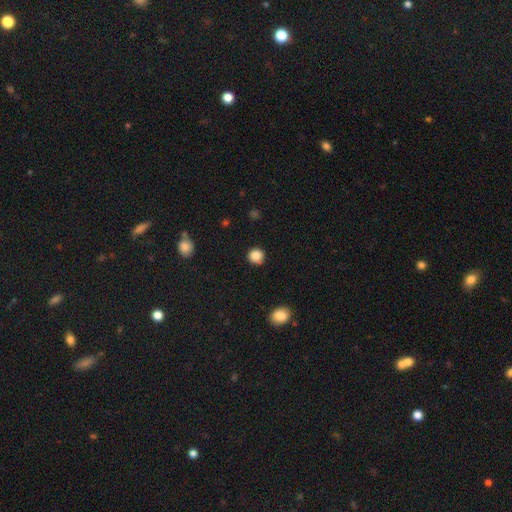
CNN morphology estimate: A smooth galaxy with no disk features (86%) that is round (91%).

Vote fractions:
- Smooth or featured? smooth: 86% / star or artifact: 10% / featured or disk: 3%
- How rounded? round: 91% / in between: 8% / cigar-shaped: 1%
- Merging? none: 86% / minor disturbance: 10% / major disturbance: 2% / merger: 2%